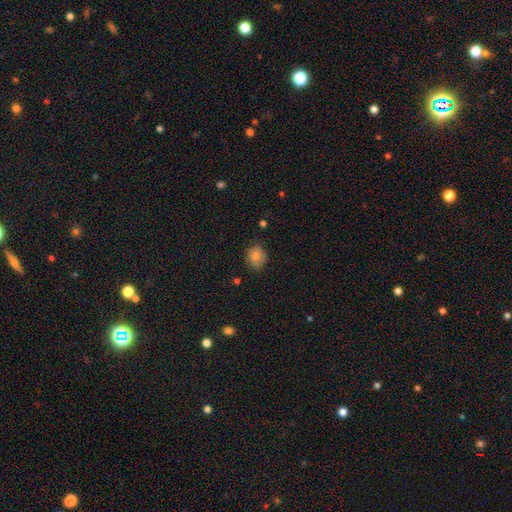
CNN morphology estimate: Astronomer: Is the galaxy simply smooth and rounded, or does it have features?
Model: smooth — 76%.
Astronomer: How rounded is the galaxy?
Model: round — 58% (runner-up: in between, 41%).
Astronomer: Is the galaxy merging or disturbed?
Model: none — 78%.